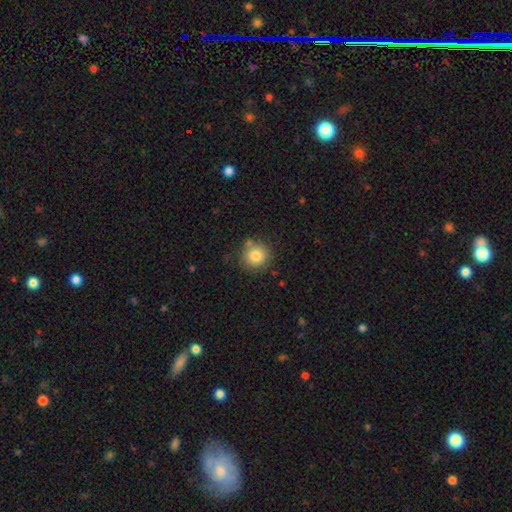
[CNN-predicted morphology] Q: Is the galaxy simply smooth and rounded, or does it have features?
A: smooth — 82%.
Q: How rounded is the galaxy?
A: round — 92%.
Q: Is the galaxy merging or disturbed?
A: none — 80%.